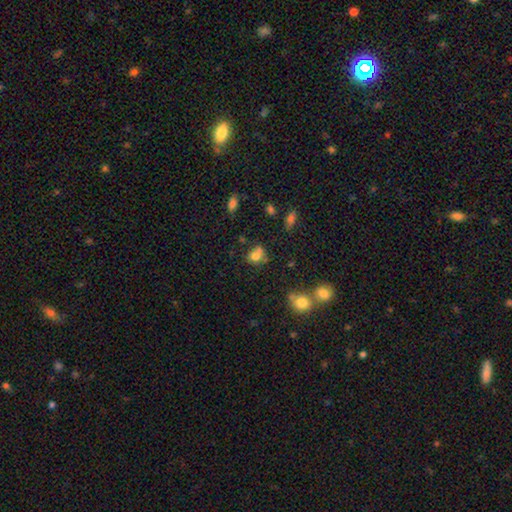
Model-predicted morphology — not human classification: type=smooth (76%); roundness=round (60%); merging=none (48%).